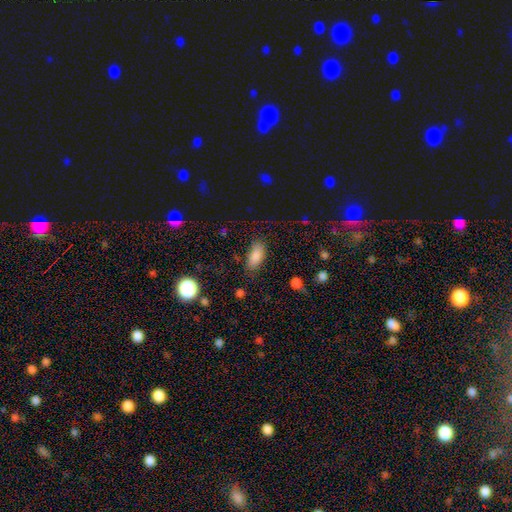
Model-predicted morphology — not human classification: A smooth galaxy with no disk features (83%) that is in between round and cigar-shaped (86%).

Vote fractions:
- Smooth or featured? smooth: 83% / star or artifact: 10% / featured or disk: 6%
- How rounded? in between: 86% / cigar-shaped: 10% / round: 4%
- Merging? none: 80% / minor disturbance: 15% / major disturbance: 4% / merger: 2%